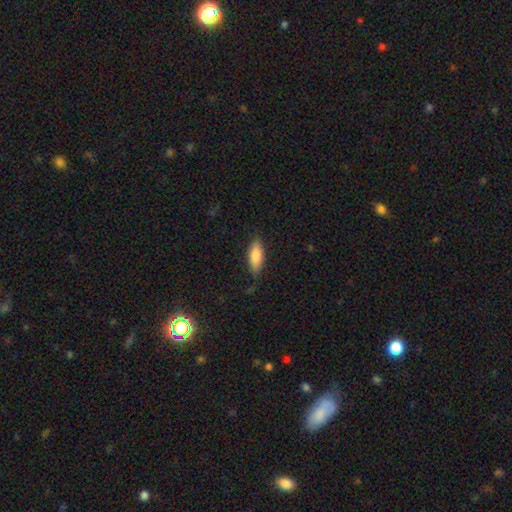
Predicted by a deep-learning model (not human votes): This is likely a smooth galaxy (79%). How rounded: likely in between (70%). Merging: clearly none (81%).